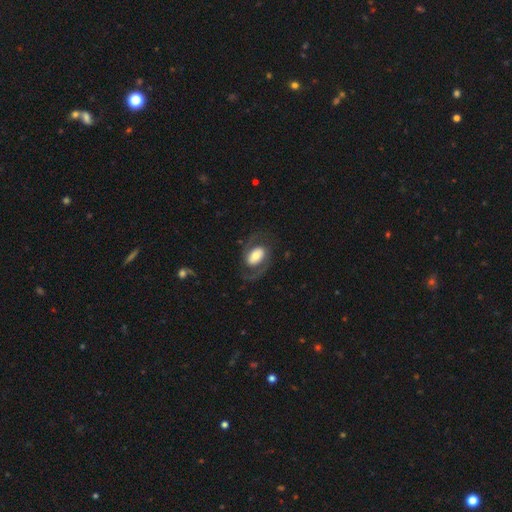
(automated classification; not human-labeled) smooth_or_featured: featured or disk (p=0.63) [alt: smooth p=0.30]
disk_edge_on: no (p=0.95) [alt: yes p=0.05]
bar: no (p=0.45) [alt: weak p=0.31]
has_spiral_arms: yes (p=0.81) [alt: no p=0.19]
bulge_size: moderate (p=0.43) [alt: large p=0.27]
merging: none (p=0.69) [alt: major disturbance p=0.15]